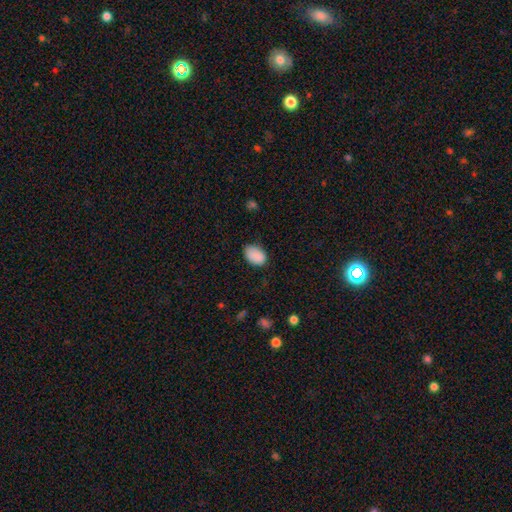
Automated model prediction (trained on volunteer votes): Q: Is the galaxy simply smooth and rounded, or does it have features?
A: smooth — 89%.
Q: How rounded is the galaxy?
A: in between — 87%.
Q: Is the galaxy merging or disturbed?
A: none — 73%.